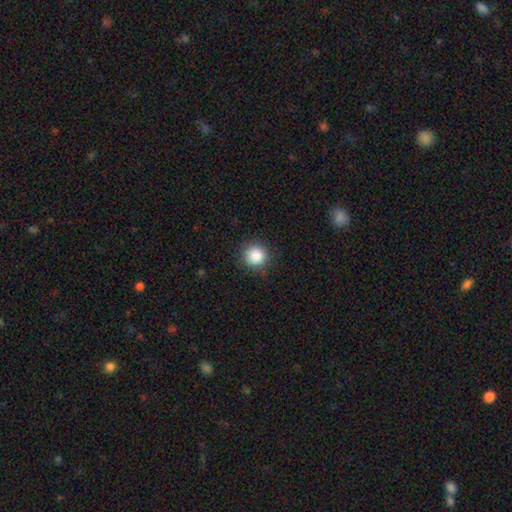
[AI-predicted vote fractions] This appears to be a smooth galaxy with no disk features (86%) that is round (94%). Merging: none (88%).